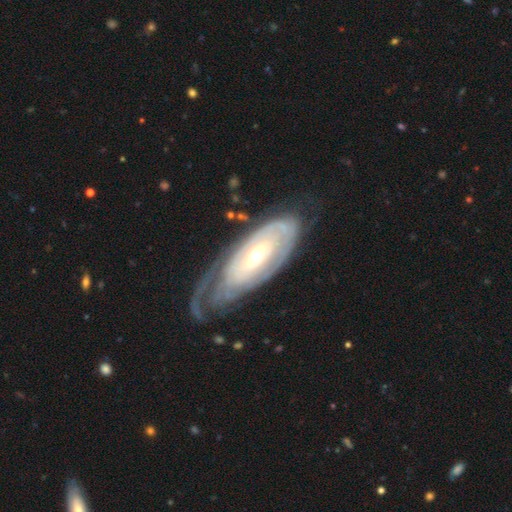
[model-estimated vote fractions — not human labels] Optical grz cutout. It shows a featured or disk galaxy (81%) with no bar (62%), tight (74%) spiral arms (83%) and a moderate central bulge (53%). Merging: none (51%).